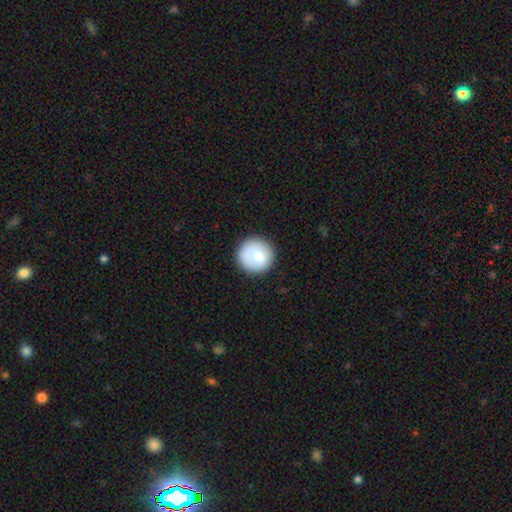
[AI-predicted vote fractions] smooth 81%, featured or disk 12%, star or artifact 7%. Down the decision tree: how rounded — round (93%); merging — none (84%).